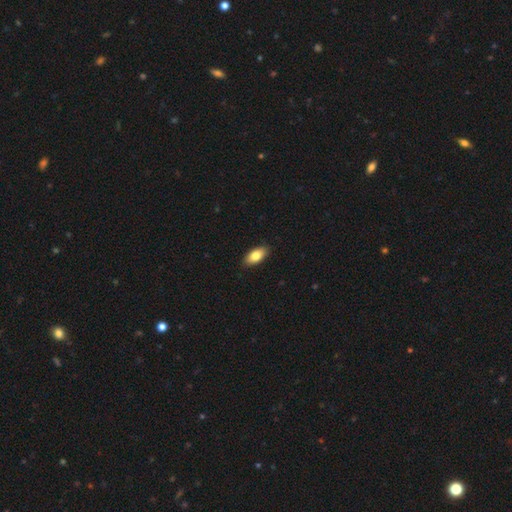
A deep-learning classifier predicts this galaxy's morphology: The model was most divided on "smooth or featured": smooth: 81%, featured or disk: 12%, star or artifact: 6%. More confident: how rounded — in between (90%); merging — none (88%).